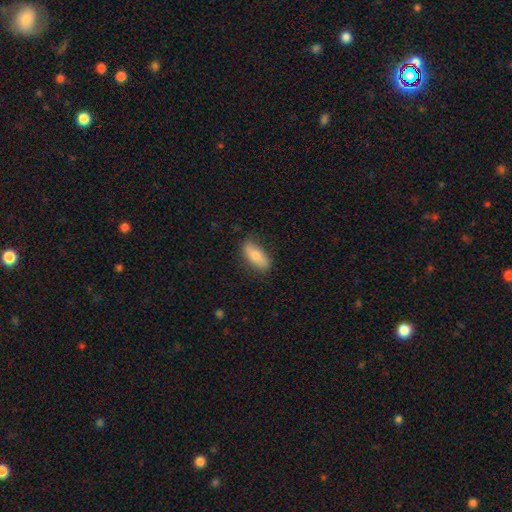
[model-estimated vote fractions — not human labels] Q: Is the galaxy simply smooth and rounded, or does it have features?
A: smooth — 71%.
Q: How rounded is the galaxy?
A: in between — 82%.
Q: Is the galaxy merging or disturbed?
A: none — 79%.